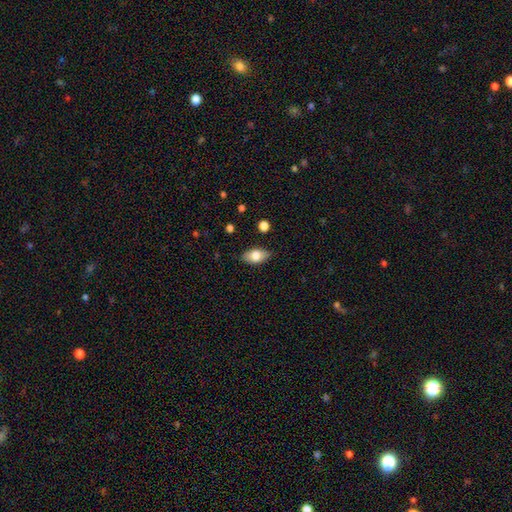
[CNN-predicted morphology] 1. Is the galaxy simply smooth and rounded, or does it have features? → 75% smooth, 18% featured or disk, 7% star or artifact.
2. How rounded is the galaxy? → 91% in between, 6% round, 4% cigar-shaped.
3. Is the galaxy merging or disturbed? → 83% none, 13% minor disturbance, 3% major disturbance, 1% merger.